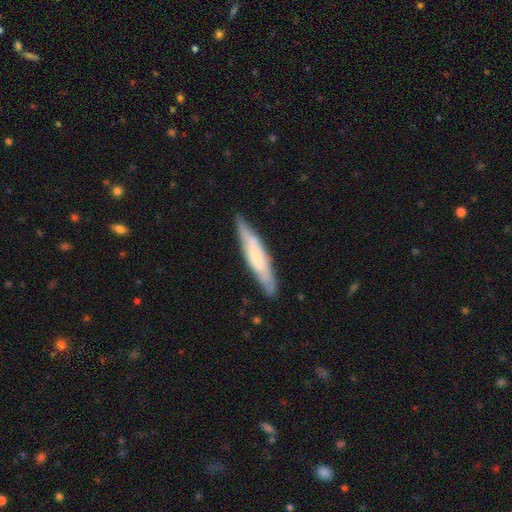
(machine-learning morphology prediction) Smooth or featured: smooth — 49% (featured or disk — 45%)
Merging: none — 83% (minor disturbance — 13%)